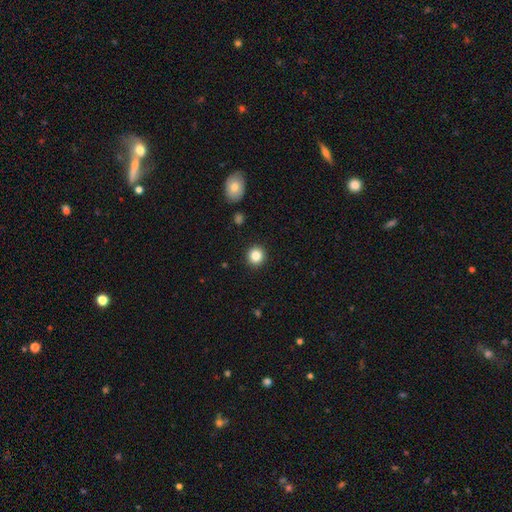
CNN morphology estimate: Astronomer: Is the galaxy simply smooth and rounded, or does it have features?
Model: smooth — 85%.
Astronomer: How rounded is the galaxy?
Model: round — 92%.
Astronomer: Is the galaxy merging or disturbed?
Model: none — 92%.